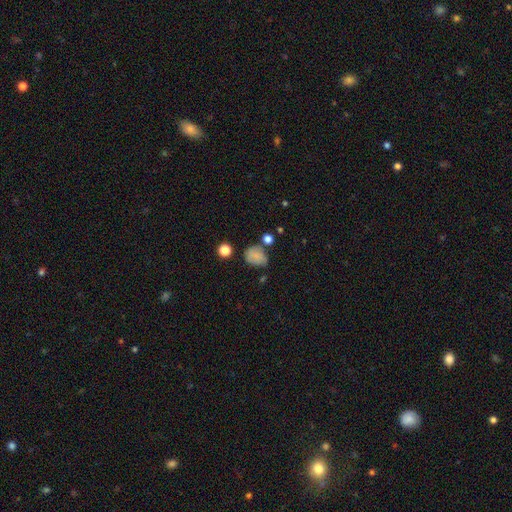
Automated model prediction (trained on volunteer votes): smooth_or_featured: smooth (p=0.76) [alt: featured or disk p=0.12]
how_rounded: in between (p=0.54) [alt: round p=0.44]
merging: none (p=0.56) [alt: minor disturbance p=0.26]